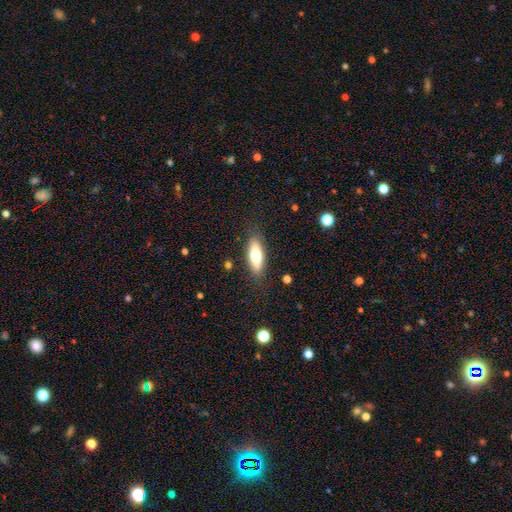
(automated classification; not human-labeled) smooth 68%, featured or disk 25%, star or artifact 7%. Down the decision tree: how rounded — in between (61%); merging — none (83%).